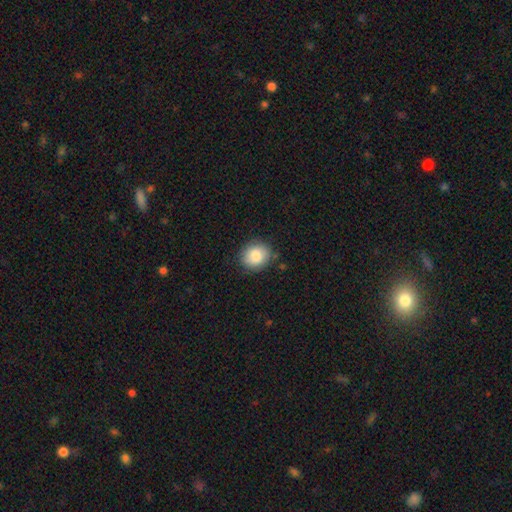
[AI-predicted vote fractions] This appears to be a smooth galaxy with no disk features (84%) that is round (73%). Merging: none (84%).